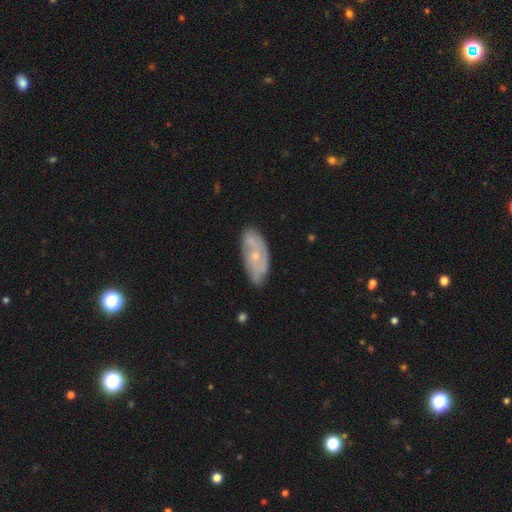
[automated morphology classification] A featured or disk galaxy (62%) with no bar (77%), spiral arms (75%) and a small central bulge (68%). Merging: none (69%).